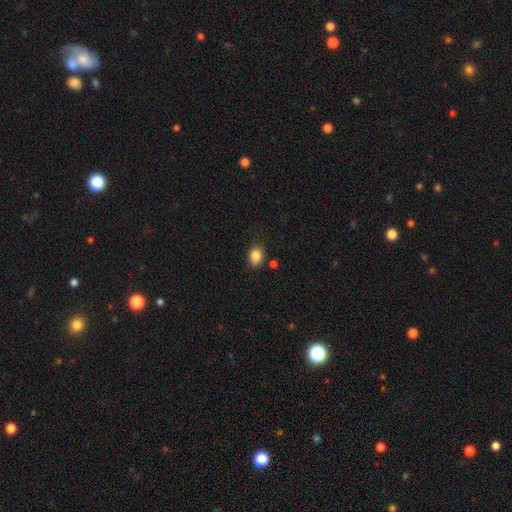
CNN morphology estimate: This is clearly a smooth galaxy (86%). How rounded: likely in between (64%). Merging: likely none (77%).